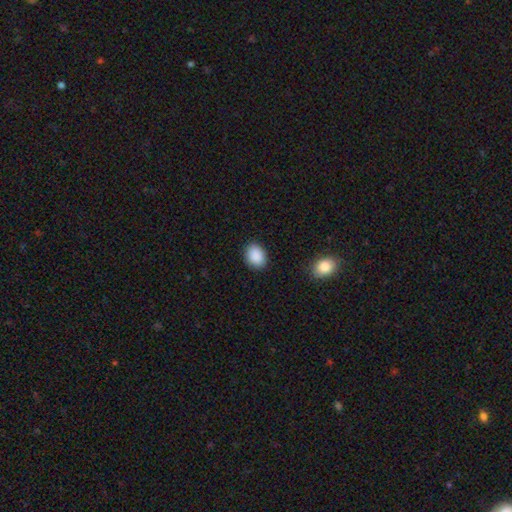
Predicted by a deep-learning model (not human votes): The model was most divided on "how rounded": in between: 64%, round: 35%, cigar-shaped: 1%. More confident: smooth or featured — smooth (90%); merging — none (87%).